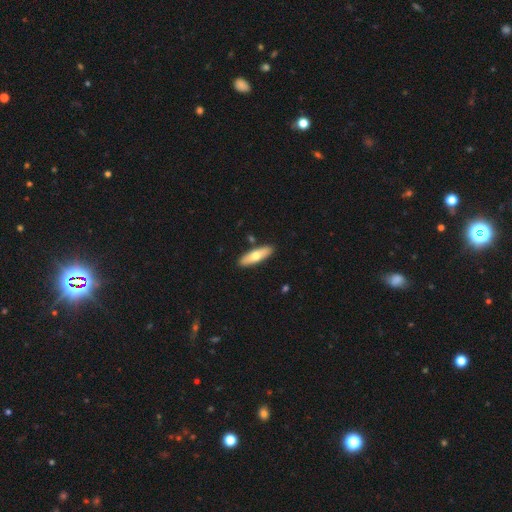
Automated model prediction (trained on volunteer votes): This is likely a smooth galaxy (65%). How rounded: possibly cigar-shaped (54%). Merging: clearly none (87%).